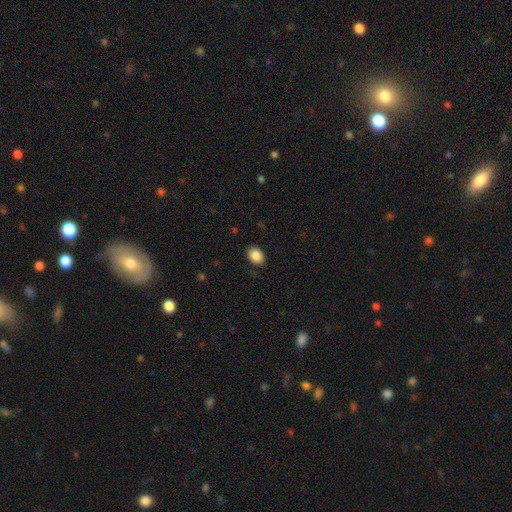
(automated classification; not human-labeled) smooth_or_featured: smooth (p=0.88) [alt: star or artifact p=0.08]
how_rounded: in between (p=0.68) [alt: round p=0.31]
merging: none (p=0.88) [alt: minor disturbance p=0.09]